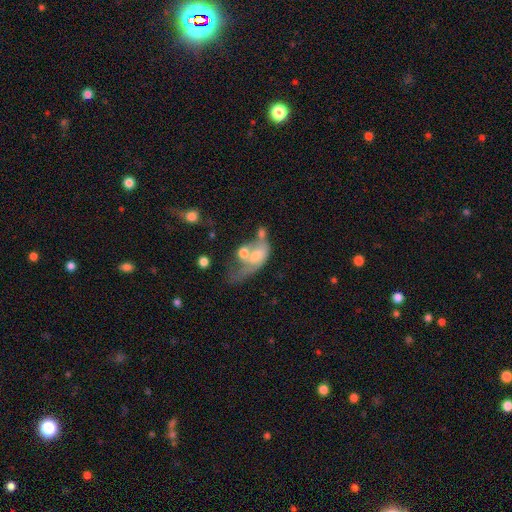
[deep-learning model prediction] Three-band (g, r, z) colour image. It shows a featured or disk galaxy (50%). Merging: merger (41%).